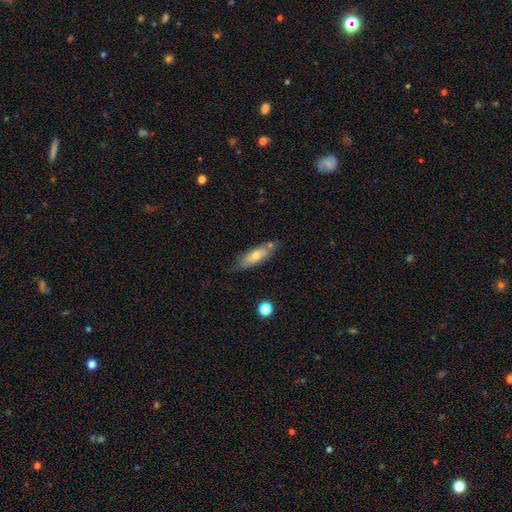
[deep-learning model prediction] This appears to be a smooth galaxy with no disk features (62%) that is in between round and cigar-shaped (55%). Merging: none (70%).